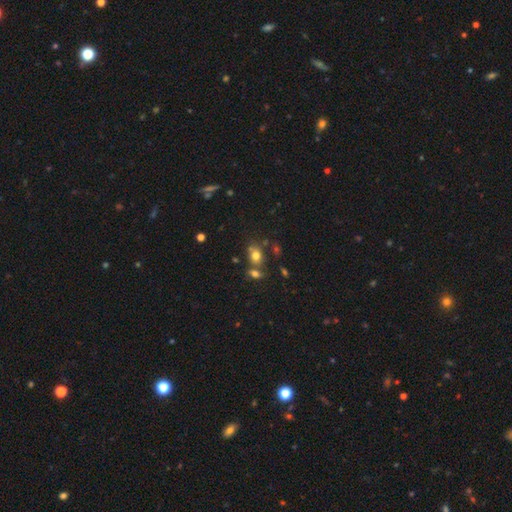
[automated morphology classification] smooth-or-featured: smooth: 73% | star or artifact: 15% | featured or disk: 12%
  how-rounded: in between: 56% | round: 42% | cigar-shaped: 2%
  merging: none: 54% | merger: 27% | minor disturbance: 13% | major disturbance: 5%